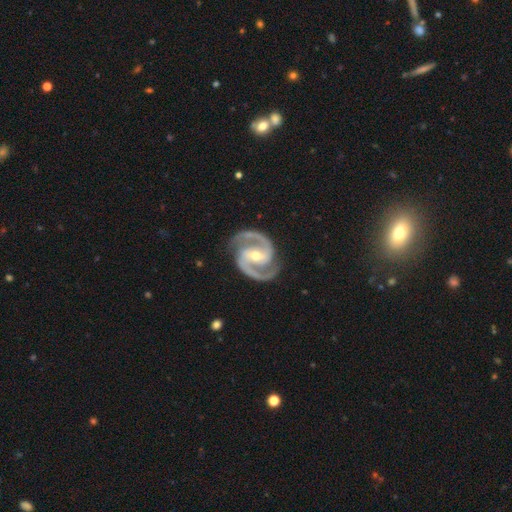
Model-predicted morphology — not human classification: Overall: featured or disk (95%). Edge-on disk: no (98%). Bar: strong (43%; weak 39%). Spiral arms: yes (99%). Spiral arm count: 2 (94%). Spiral winding: medium (64%; tight 28%). Bulge size: moderate (60%; small 36%). Merging: none (85%).